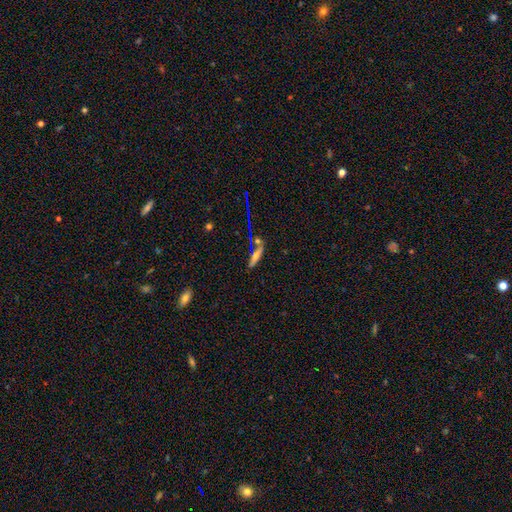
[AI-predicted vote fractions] Smooth or featured: smooth — 50% (featured or disk — 33%)
Merging: none — 69% (minor disturbance — 14%)